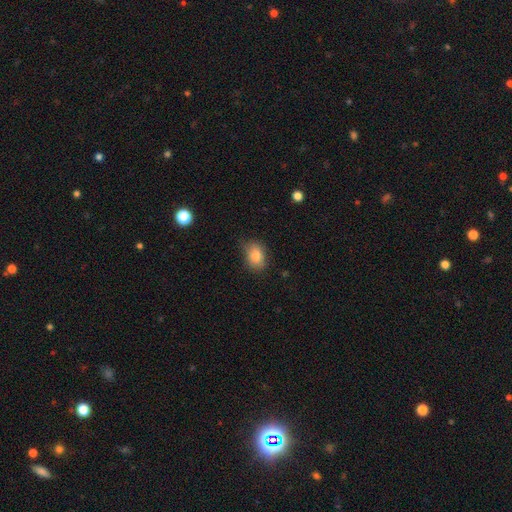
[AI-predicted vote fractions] Smooth or featured?
  - smooth: 83% *
  - star or artifact: 9%
  - featured or disk: 8%
How rounded?
  - in between: 73% *
  - round: 26%
  - cigar-shaped: 1%
Merging?
  - none: 73% *
  - minor disturbance: 22%
  - major disturbance: 4%
  - merger: 1%